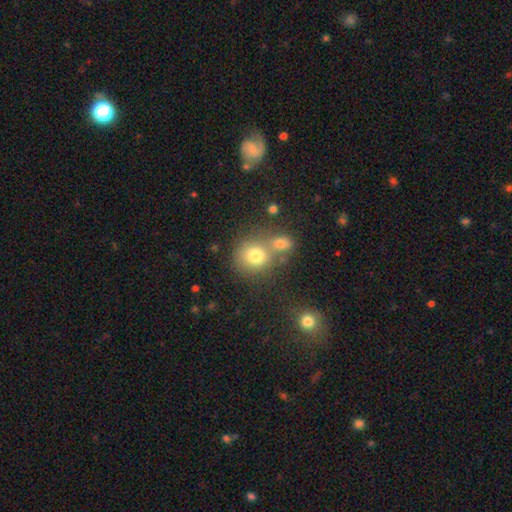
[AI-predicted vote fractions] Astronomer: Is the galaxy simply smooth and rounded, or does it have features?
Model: smooth — 77%.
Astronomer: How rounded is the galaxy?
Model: round — 84%.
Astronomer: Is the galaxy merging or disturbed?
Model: none — 52% (runner-up: merger, 33%).